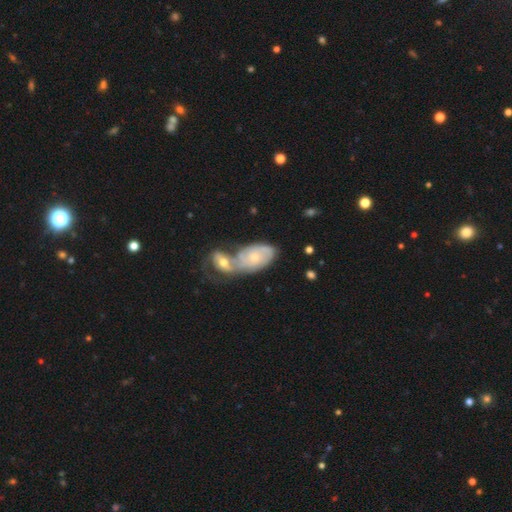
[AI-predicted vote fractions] This is likely a featured or disk galaxy (64%). It is clearly not viewed edge-on (95%). Bar: likely no (76%). Spiral arm pattern: clearly yes (83%). Spiral arm count: marginally 2 (40%). Spiral winding: possibly tight (50%). Central bulge: likely small (61%). Merging: likely merger (68%).